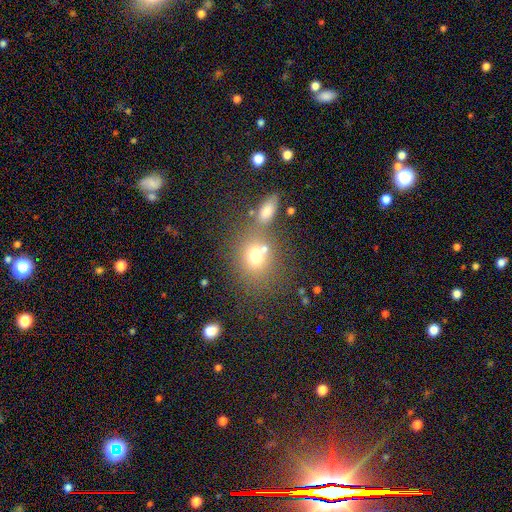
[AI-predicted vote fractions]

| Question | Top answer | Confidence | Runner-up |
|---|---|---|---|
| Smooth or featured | smooth | 69% | featured or disk (16%) |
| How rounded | round | 61% | in between (37%) |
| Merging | none | 50% | merger (33%) |